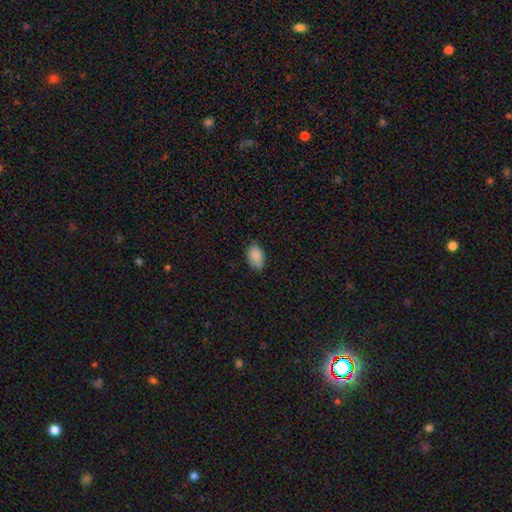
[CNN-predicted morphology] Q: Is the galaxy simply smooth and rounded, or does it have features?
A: smooth — 88%.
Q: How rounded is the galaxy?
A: in between — 88%.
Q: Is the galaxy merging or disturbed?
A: none — 76%.